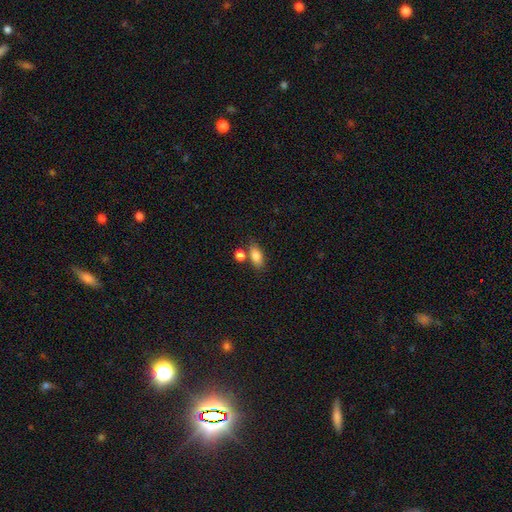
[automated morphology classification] This is clearly a smooth galaxy (84%). How rounded: clearly in between (85%). Merging: likely none (63%).